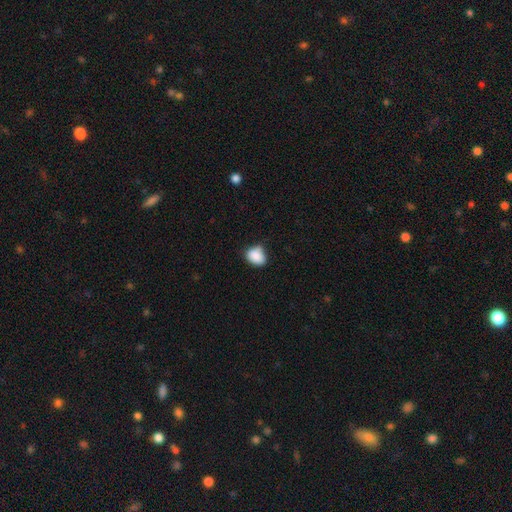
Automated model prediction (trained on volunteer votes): Smooth or featured? Predicted: smooth (p=0.86). How rounded? Predicted: in between (p=0.63). Merging? Predicted: none (p=0.57).